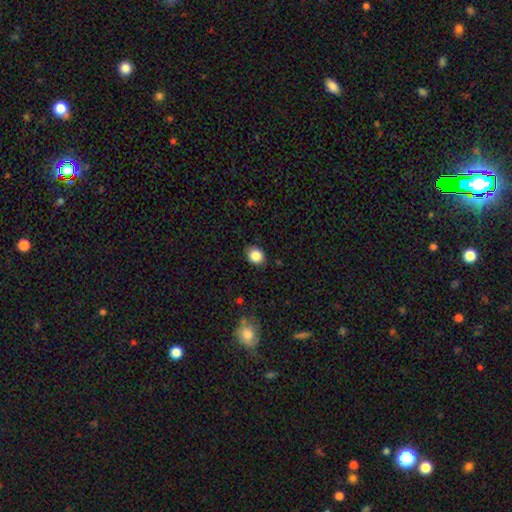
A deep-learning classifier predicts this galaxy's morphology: smooth-or-featured: smooth: 86% | star or artifact: 10% | featured or disk: 4%
  how-rounded: round: 63% | in between: 36% | cigar-shaped: 1%
  merging: none: 86% | minor disturbance: 11% | major disturbance: 2% | merger: 1%